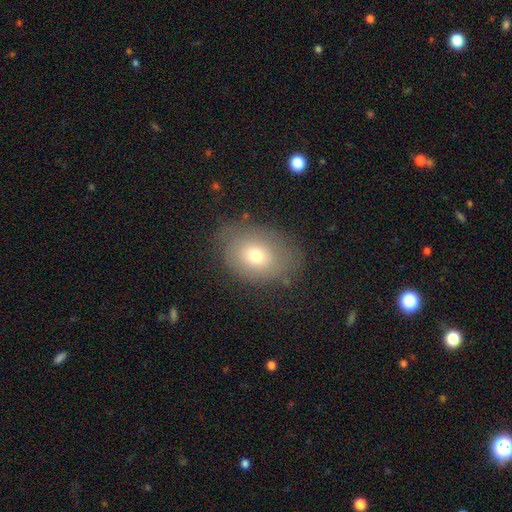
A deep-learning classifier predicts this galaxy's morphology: This is likely a smooth galaxy (69%). How rounded: likely in between (70%). Merging: likely none (72%).